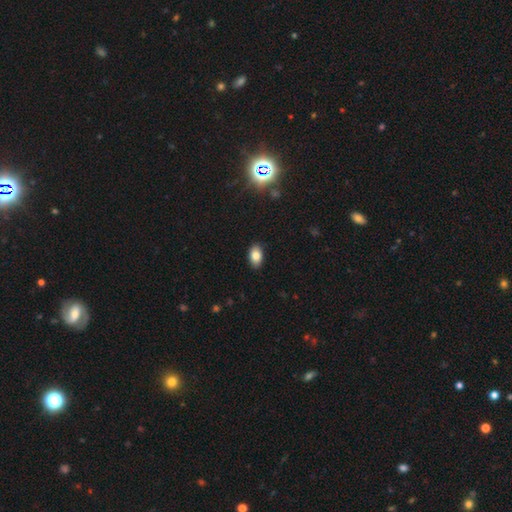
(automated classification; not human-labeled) Overall: smooth (83%). How rounded: in between (91%). Merging: none (88%).